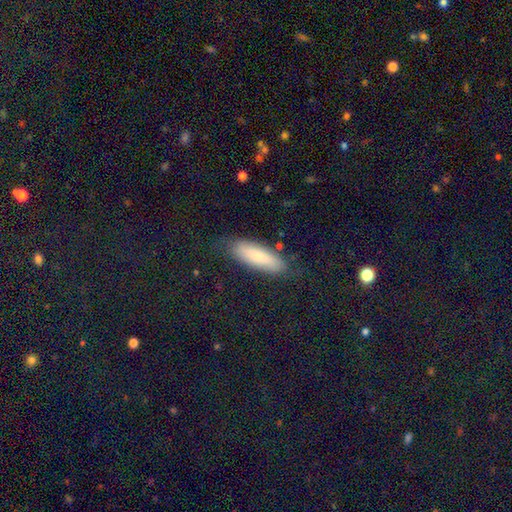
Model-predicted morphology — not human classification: smooth 72%, featured or disk 20%, star or artifact 9%. Down the decision tree: how rounded — in between (55%); merging — none (81%).